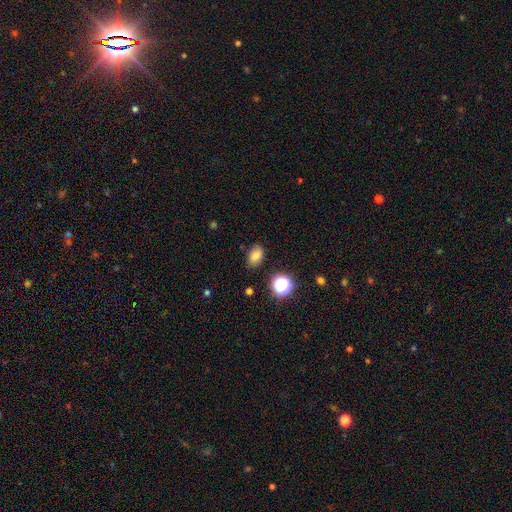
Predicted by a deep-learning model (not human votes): A smooth galaxy with no disk features (77%) that is in between round and cigar-shaped (77%).

Vote fractions:
- Smooth or featured? smooth: 77% / star or artifact: 15% / featured or disk: 8%
- How rounded? in between: 77% / round: 22% / cigar-shaped: 1%
- Merging? none: 81% / minor disturbance: 14% / major disturbance: 3% / merger: 2%